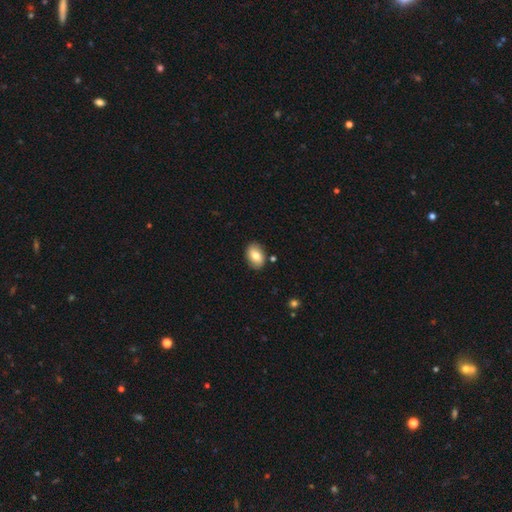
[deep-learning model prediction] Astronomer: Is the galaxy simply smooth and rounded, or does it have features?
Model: smooth — 77%.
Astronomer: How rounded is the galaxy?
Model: in between — 84%.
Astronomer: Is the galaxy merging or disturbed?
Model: none — 85%.